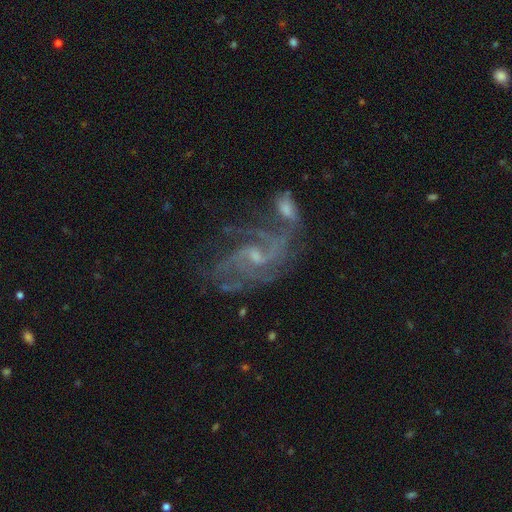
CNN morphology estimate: This is likely a featured or disk galaxy (77%). It is clearly not viewed edge-on (96%). Bar: possibly no (45%). Spiral arm pattern: clearly yes (90%). Spiral arm count: marginally 2 (41%). Spiral winding: marginally medium (44%). Central bulge: likely small (73%). Merging: marginally none (40%).